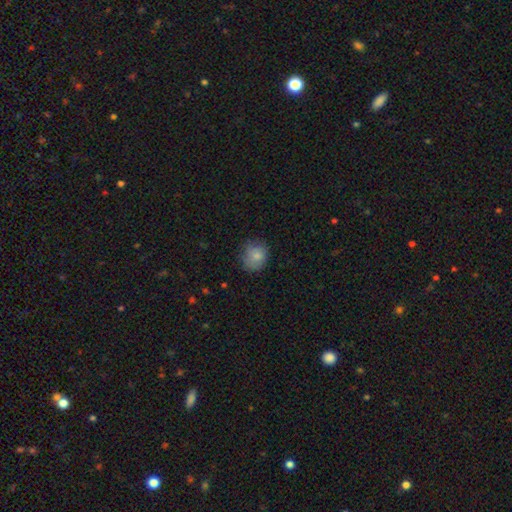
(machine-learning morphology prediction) This appears to be a smooth galaxy with no disk features (81%) that is round (72%). Merging: none (68%).